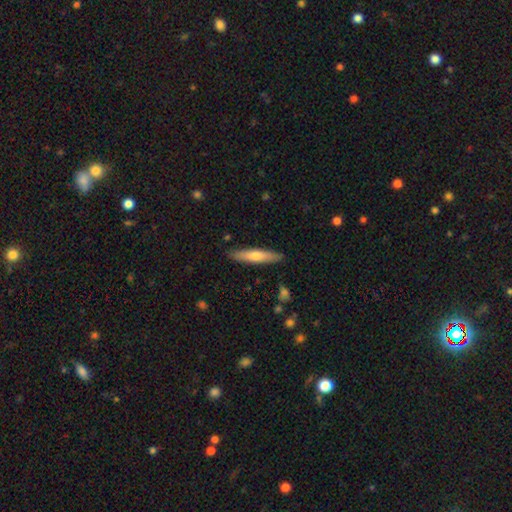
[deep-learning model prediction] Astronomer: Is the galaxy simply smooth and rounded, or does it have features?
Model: smooth — 60% (runner-up: featured or disk, 35%).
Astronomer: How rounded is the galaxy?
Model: cigar-shaped — 86%.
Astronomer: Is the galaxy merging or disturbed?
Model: none — 89%.